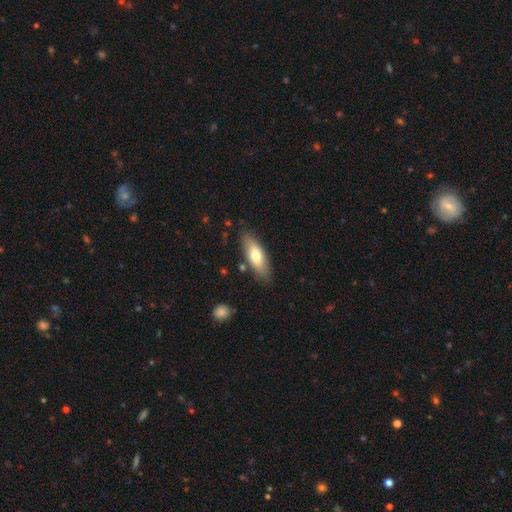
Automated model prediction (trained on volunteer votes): Morphology: type=smooth (67%); roundness=in between (68%); merging=none (82%).